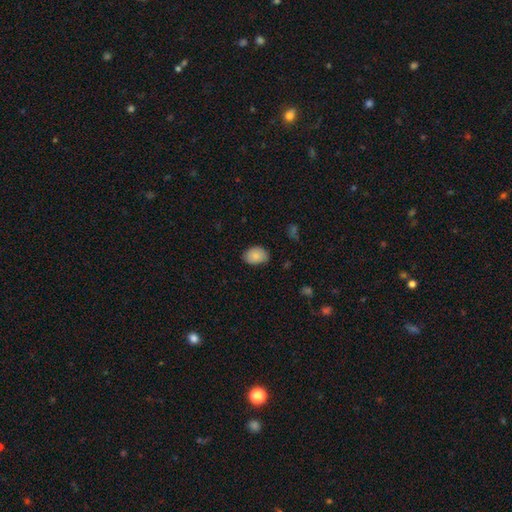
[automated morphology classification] type=smooth (86%); roundness=in between (79%); merging=none (79%).